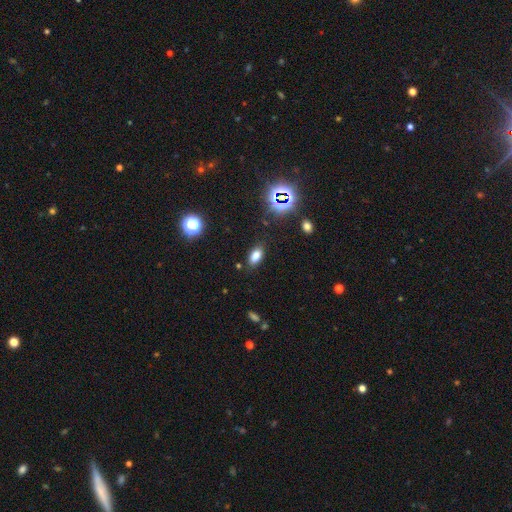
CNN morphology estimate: A smooth galaxy with no disk features (75%) that is in between round and cigar-shaped (88%). Merging: none (83%).